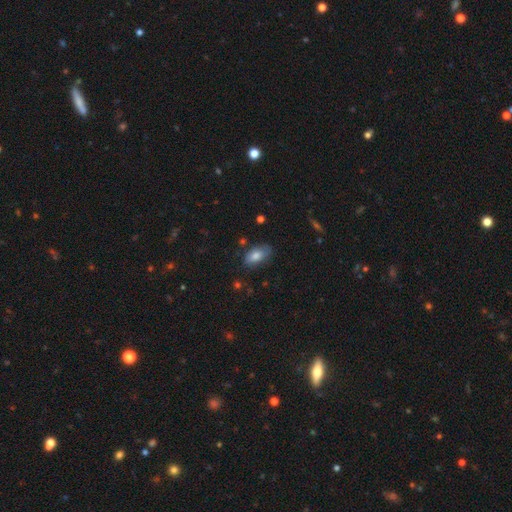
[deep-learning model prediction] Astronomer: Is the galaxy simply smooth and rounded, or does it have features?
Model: smooth — 80%.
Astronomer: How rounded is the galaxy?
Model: in between — 92%.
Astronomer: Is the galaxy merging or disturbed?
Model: none — 73%.